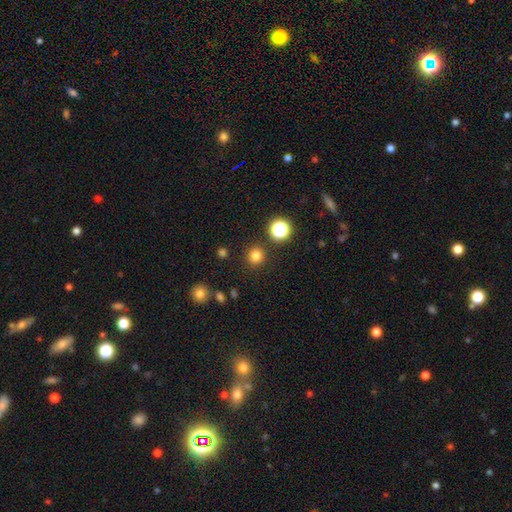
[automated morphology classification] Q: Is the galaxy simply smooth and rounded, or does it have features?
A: smooth — 80%.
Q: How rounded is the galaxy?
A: round — 93%.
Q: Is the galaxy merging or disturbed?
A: none — 89%.